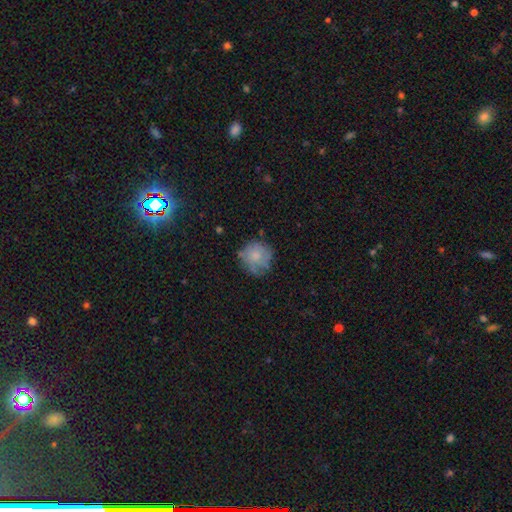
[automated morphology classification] Overall: smooth (64%; featured or disk 28%). How rounded: round (87%). Merging: none (64%; minor disturbance 24%).